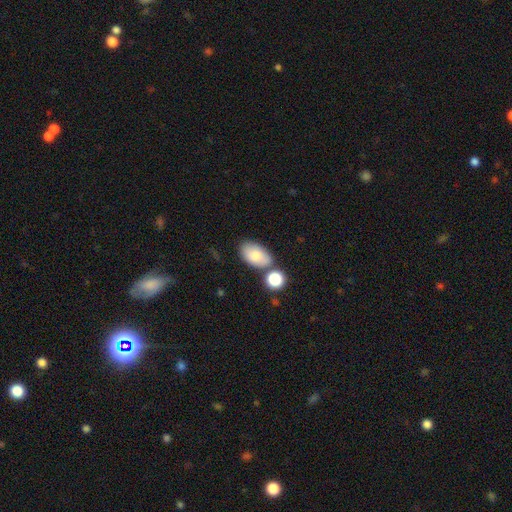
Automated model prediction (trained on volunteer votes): Smooth or featured?
  - smooth: 81% *
  - featured or disk: 12%
  - star or artifact: 7%
How rounded?
  - in between: 93% *
  - round: 5%
  - cigar-shaped: 2%
Merging?
  - none: 64% *
  - merger: 16%
  - minor disturbance: 16%
  - major disturbance: 4%